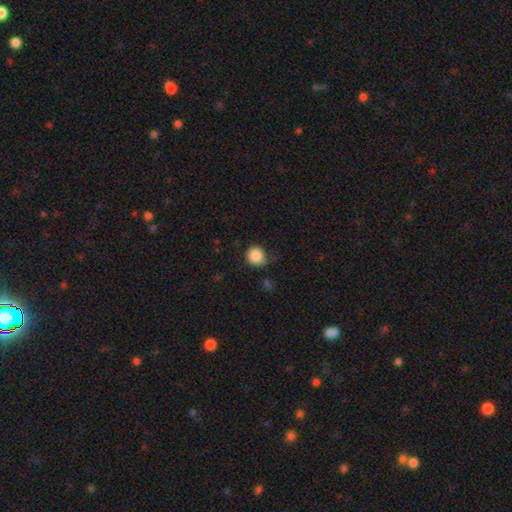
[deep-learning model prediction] Morphology: type=smooth (87%); roundness=round (88%); merging=none (76%).